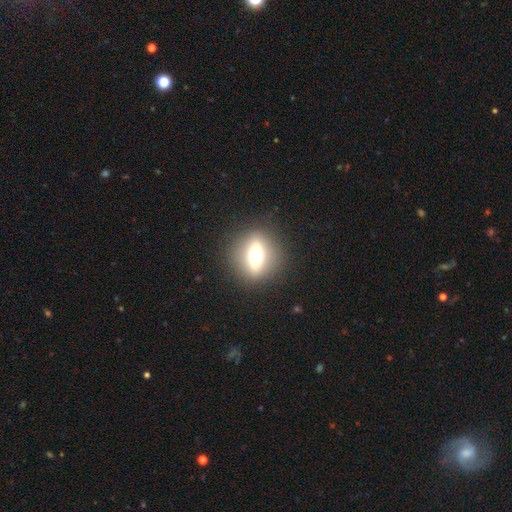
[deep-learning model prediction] smooth 56%, featured or disk 33%, star or artifact 11%. Down the decision tree: how rounded — in between (47%); merging — none (85%).